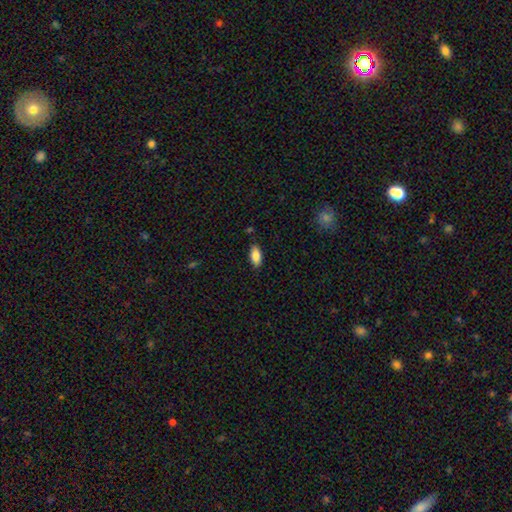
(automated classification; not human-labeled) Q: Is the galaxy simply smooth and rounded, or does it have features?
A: smooth — 85%.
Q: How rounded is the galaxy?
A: in between — 88%.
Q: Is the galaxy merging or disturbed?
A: none — 85%.